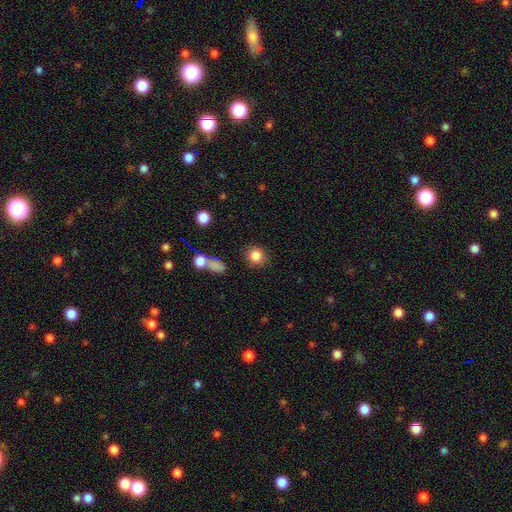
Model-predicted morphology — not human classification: Smooth or featured?
  - smooth: 84% *
  - star or artifact: 10%
  - featured or disk: 5%
How rounded?
  - round: 85% *
  - in between: 13%
  - cigar-shaped: 1%
Merging?
  - none: 84% *
  - minor disturbance: 10%
  - major disturbance: 3%
  - merger: 3%